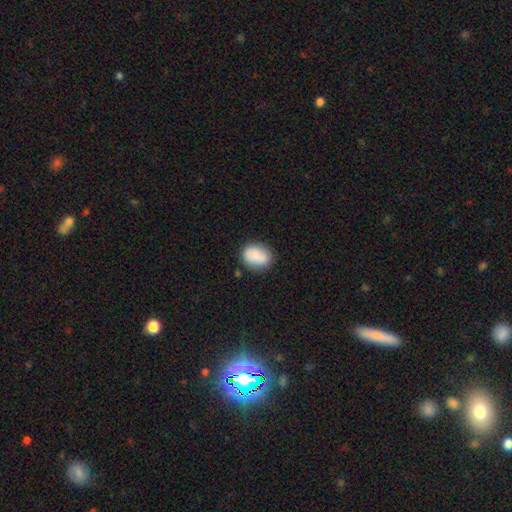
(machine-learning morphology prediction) smooth 81%, featured or disk 12%, star or artifact 8%. Down the decision tree: how rounded — in between (64%); merging — none (72%).